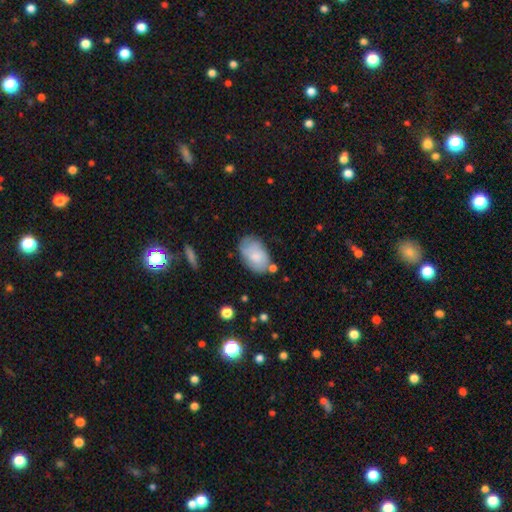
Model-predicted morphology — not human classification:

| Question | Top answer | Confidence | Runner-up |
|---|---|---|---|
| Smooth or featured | smooth | 77% | featured or disk (17%) |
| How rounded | in between | 92% | round (7%) |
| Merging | none | 65% | minor disturbance (22%) |